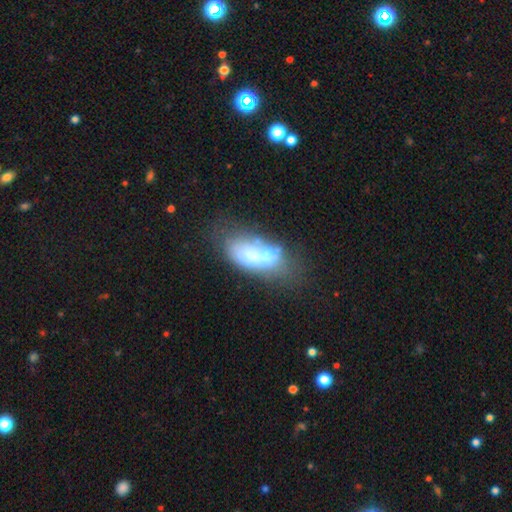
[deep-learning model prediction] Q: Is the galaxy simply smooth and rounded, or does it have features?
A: smooth — 45%.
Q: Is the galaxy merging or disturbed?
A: merger — 40%.